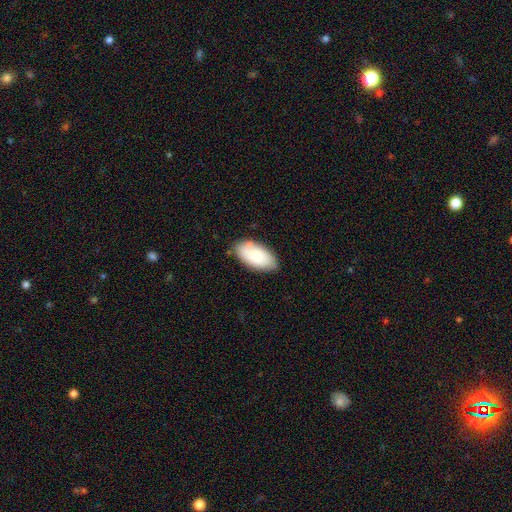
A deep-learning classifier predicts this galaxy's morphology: This is clearly a smooth galaxy (81%). How rounded: clearly in between (95%). Merging: likely none (76%).